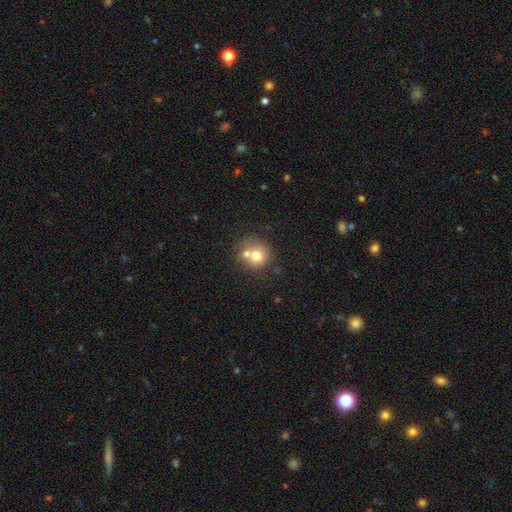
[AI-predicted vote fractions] Morphology: type=smooth (69%); roundness=round (86%); merging=none (44%).